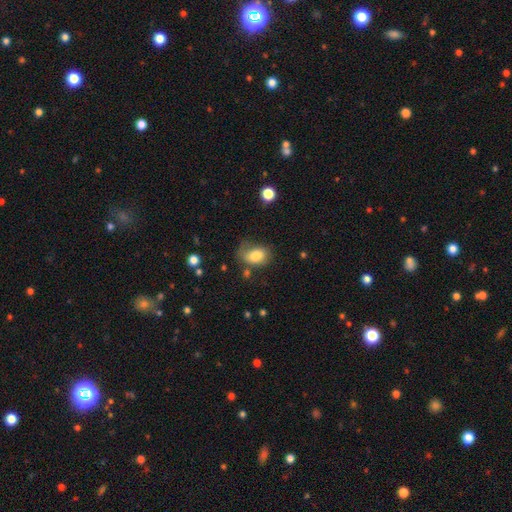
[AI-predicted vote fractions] This appears to be a smooth galaxy with no disk features (78%) that is in between round and cigar-shaped (78%). Merging: none (48%).